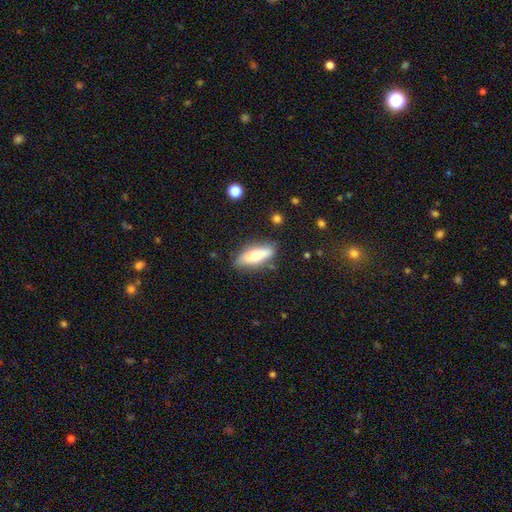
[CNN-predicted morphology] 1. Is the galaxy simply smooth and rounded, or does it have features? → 61% smooth, 32% featured or disk, 7% star or artifact.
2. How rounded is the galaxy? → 56% in between, 42% cigar-shaped, 2% round.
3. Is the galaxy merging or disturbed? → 78% none, 15% minor disturbance, 4% major disturbance, 3% merger.